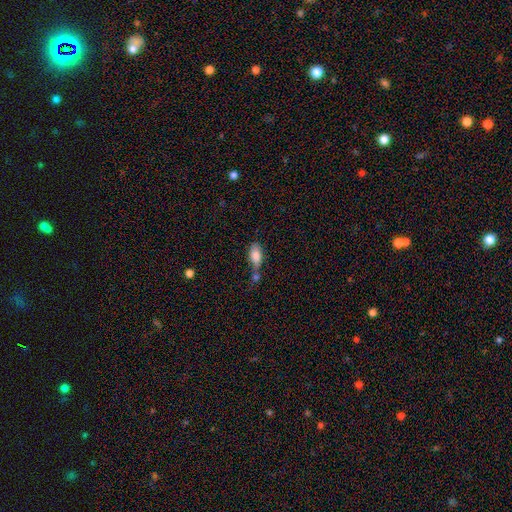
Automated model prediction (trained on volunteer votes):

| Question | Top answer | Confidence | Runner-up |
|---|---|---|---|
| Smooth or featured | smooth | 79% | featured or disk (13%) |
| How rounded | in between | 88% | cigar-shaped (6%) |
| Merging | merger | 40% | none (29%) |